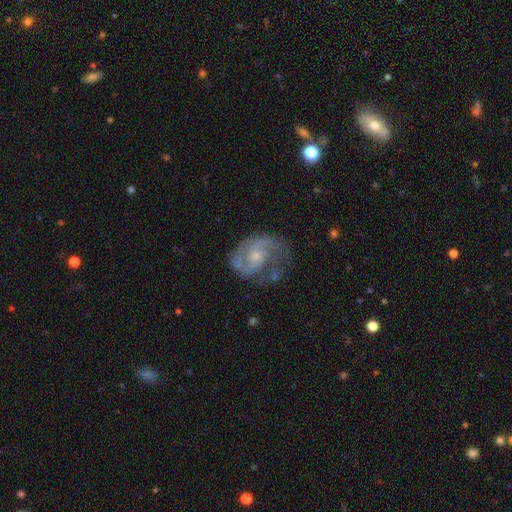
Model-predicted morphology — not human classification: smooth-or-featured: featured or disk: 84% | smooth: 10% | star or artifact: 6%
  disk-edge-on: no: 98% | yes: 2%
    bar: no: 62% | weak: 33% | strong: 5%
    has-spiral-arms: yes: 93% | no: 7%
      spiral-winding: medium: 52% | tight: 30% | loose: 18%
      spiral-arm-count: 2: 74% | can't tell: 10% | 3: 7% | 1: 6% | 4: 2% | more than 4: 2%
    bulge-size: small: 54% | moderate: 38% | none: 5% | large: 2% | dominant: 1%
  merging: none: 57% | minor disturbance: 23% | major disturbance: 17% | merger: 3%